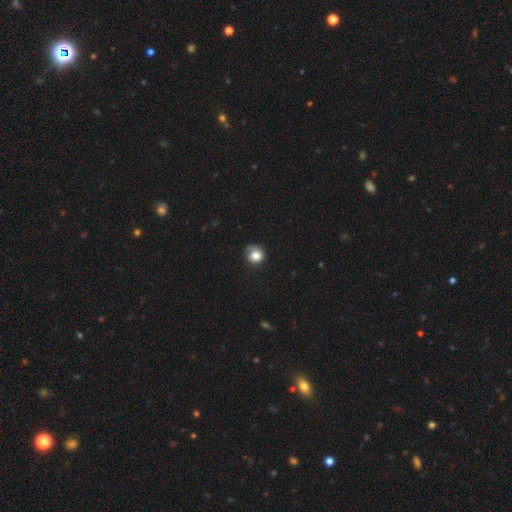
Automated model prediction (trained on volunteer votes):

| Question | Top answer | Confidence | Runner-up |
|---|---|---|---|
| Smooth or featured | smooth | 80% | featured or disk (10%) |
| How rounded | round | 81% | in between (18%) |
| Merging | none | 57% | minor disturbance (31%) |